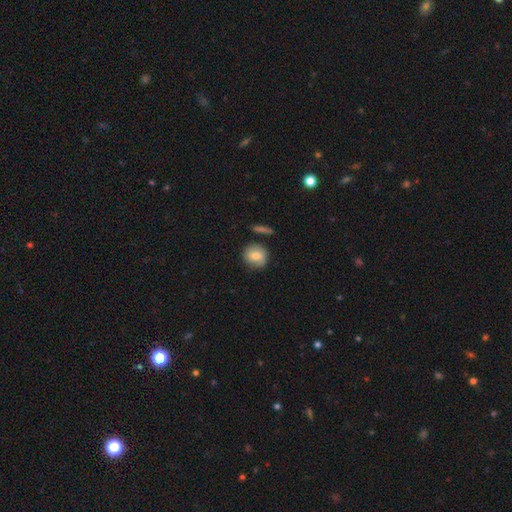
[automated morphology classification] A smooth galaxy with no disk features (71%) that is round (85%).

Vote fractions:
- Smooth or featured? smooth: 71% / featured or disk: 21% / star or artifact: 8%
- How rounded? round: 85% / in between: 14% / cigar-shaped: 1%
- Merging? none: 74% / minor disturbance: 17% / merger: 5% / major disturbance: 4%